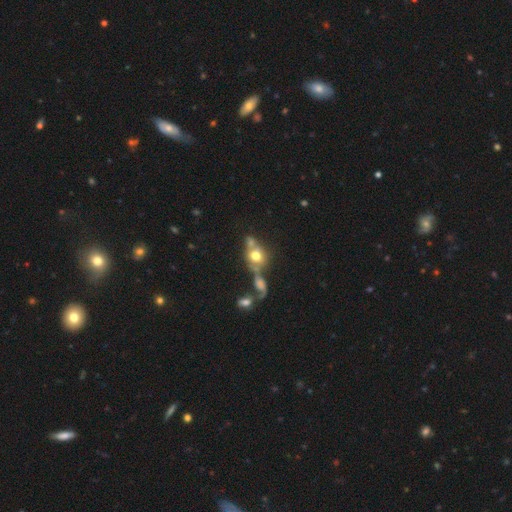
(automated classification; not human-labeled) A smooth galaxy with no disk features (58%) that is round (60%).

Vote fractions:
- Smooth or featured? smooth: 58% / featured or disk: 29% / star or artifact: 13%
- How rounded? round: 60% / in between: 38% / cigar-shaped: 3%
- Merging? merger: 48% / none: 28% / major disturbance: 12% / minor disturbance: 12%